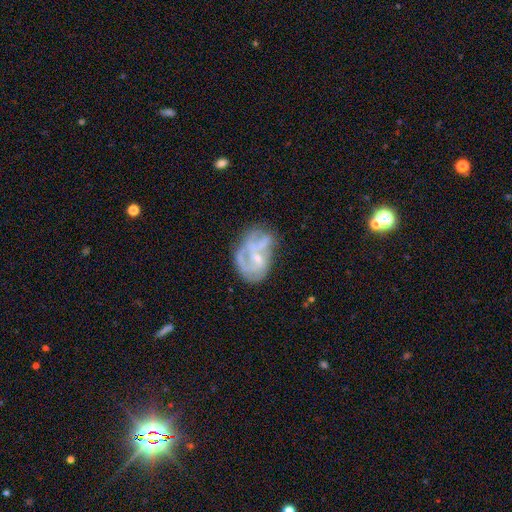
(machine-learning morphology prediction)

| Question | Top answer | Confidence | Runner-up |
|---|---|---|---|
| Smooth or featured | featured or disk | 70% | smooth (21%) |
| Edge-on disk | no | 97% | yes (3%) |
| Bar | no | 61% | weak (31%) |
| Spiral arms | yes | 58% | no (42%) |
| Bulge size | small | 61% | moderate (24%) |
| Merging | none | 37% | major disturbance (26%) |